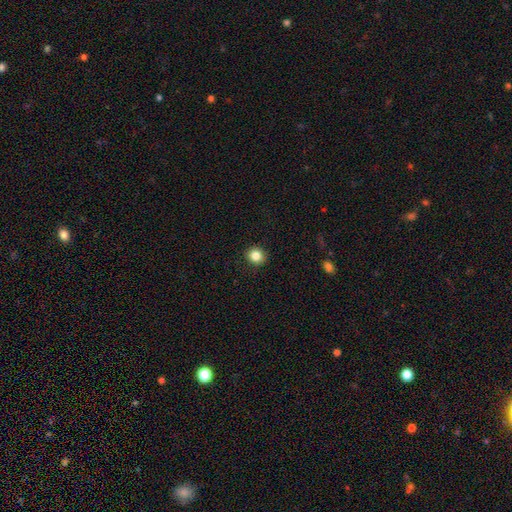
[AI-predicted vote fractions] smooth_or_featured: smooth (p=0.84) [alt: star or artifact p=0.10]
how_rounded: round (p=0.84) [alt: in between p=0.15]
merging: none (p=0.91) [alt: minor disturbance p=0.06]